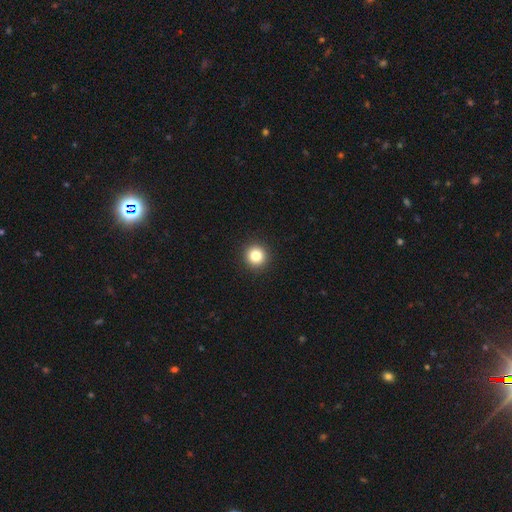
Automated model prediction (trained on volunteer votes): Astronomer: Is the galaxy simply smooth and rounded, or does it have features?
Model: smooth — 83%.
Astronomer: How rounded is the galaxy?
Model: round — 95%.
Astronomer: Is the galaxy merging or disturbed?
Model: none — 93%.